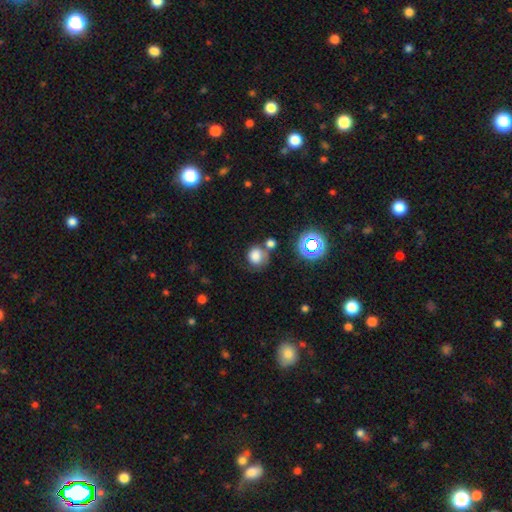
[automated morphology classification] Smooth or featured?
  - smooth: 74% *
  - star or artifact: 16%
  - featured or disk: 10%
How rounded?
  - round: 79% *
  - in between: 20%
  - cigar-shaped: 1%
Merging?
  - none: 53% *
  - merger: 21%
  - minor disturbance: 17%
  - major disturbance: 9%